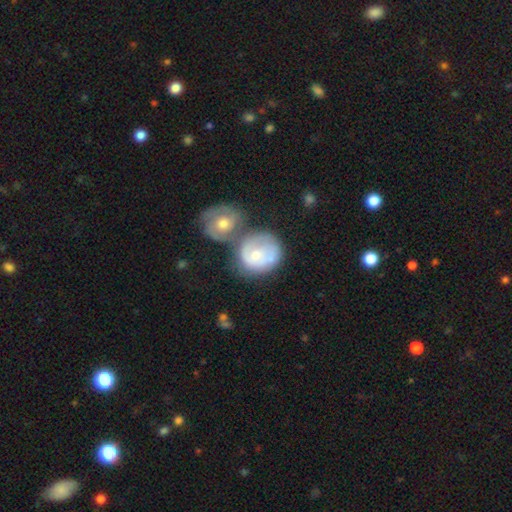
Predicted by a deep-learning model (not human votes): This appears to be a featured or disk galaxy (50%). Merging: merger (47%).